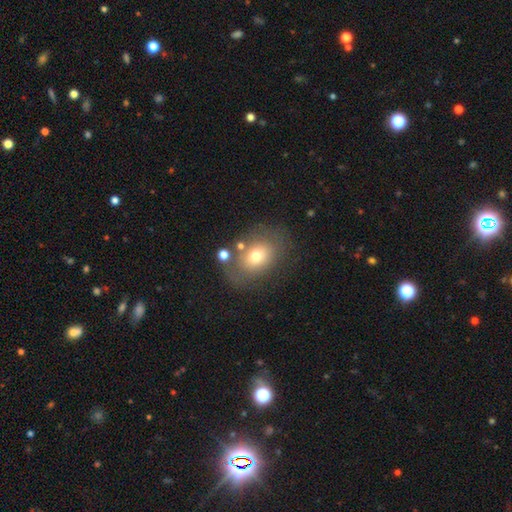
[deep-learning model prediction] smooth_or_featured: smooth (p=0.65) [alt: featured or disk p=0.23]
how_rounded: in between (p=0.68) [alt: round p=0.31]
merging: none (p=0.63) [alt: minor disturbance p=0.18]